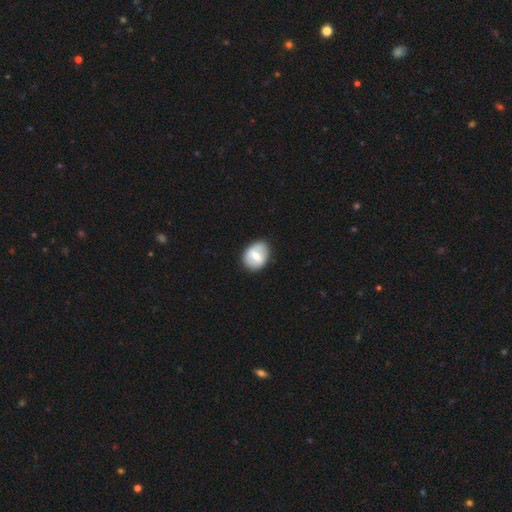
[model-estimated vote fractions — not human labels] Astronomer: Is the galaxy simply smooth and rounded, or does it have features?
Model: smooth — 53% (runner-up: featured or disk, 40%).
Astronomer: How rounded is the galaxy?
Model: in between — 59% (runner-up: round, 39%).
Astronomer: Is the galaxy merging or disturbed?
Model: none — 81%.